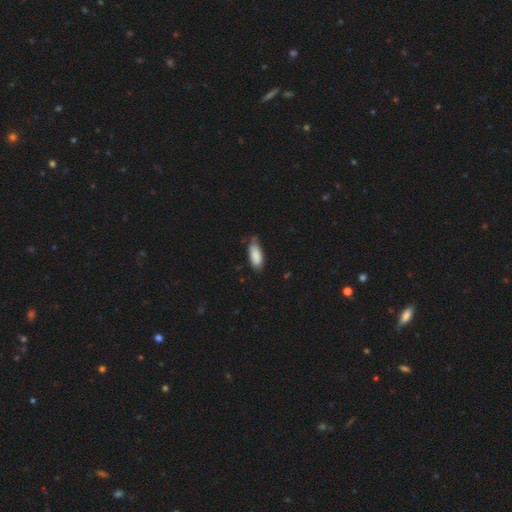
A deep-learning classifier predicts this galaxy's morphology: Smooth or featured?
  - smooth: 86% *
  - featured or disk: 8%
  - star or artifact: 6%
How rounded?
  - in between: 80% *
  - cigar-shaped: 18%
  - round: 2%
Merging?
  - none: 60% *
  - minor disturbance: 32%
  - major disturbance: 6%
  - merger: 3%